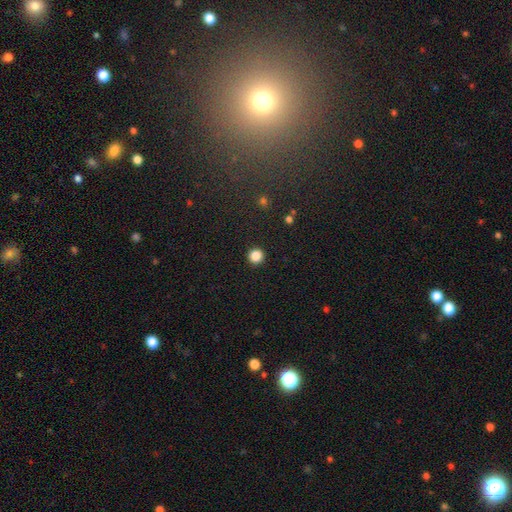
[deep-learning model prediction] Smooth or featured? Predicted: smooth (p=0.86). How rounded? Predicted: round (p=0.94). Merging? Predicted: none (p=0.93).